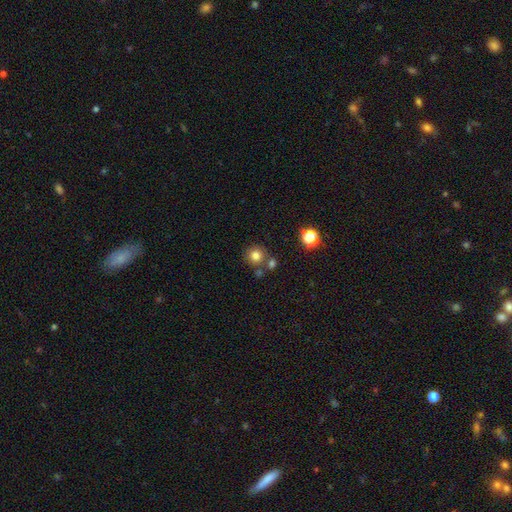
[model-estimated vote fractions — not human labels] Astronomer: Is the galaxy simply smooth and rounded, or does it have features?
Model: smooth — 79%.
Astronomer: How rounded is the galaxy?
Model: round — 92%.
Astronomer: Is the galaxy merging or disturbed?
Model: none — 72%.